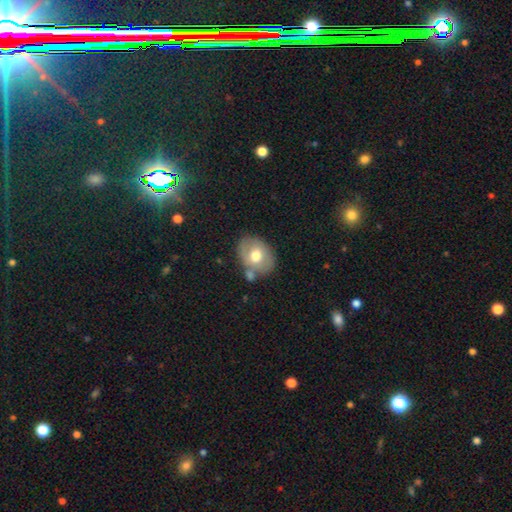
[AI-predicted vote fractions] Smooth or featured?
  - smooth: 62% *
  - featured or disk: 30%
  - star or artifact: 7%
How rounded?
  - in between: 66% *
  - round: 33%
  - cigar-shaped: 1%
Merging?
  - none: 64% *
  - minor disturbance: 18%
  - merger: 12%
  - major disturbance: 5%